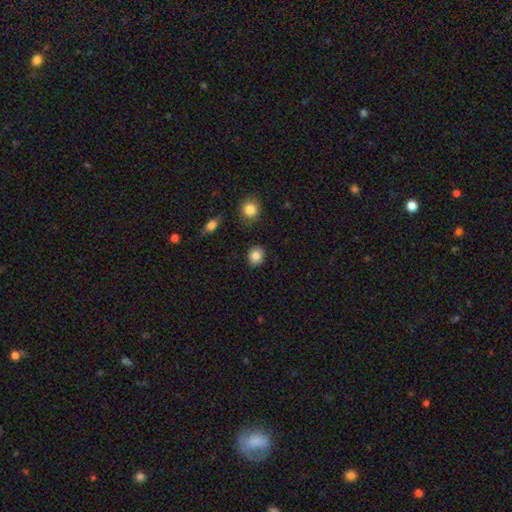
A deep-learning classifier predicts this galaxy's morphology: smooth-or-featured: smooth: 86% | star or artifact: 9% | featured or disk: 4%
  how-rounded: round: 78% | in between: 21% | cigar-shaped: 1%
  merging: none: 87% | minor disturbance: 8% | major disturbance: 2% | merger: 2%